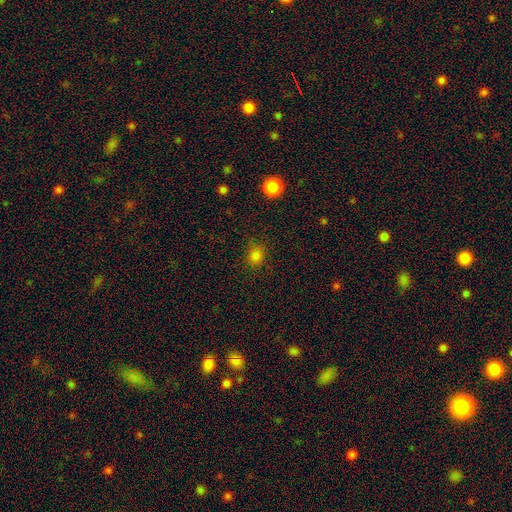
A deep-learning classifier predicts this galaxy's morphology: Smooth or featured? smooth (80%)
How rounded? round (70%)
Merging? none (83%)